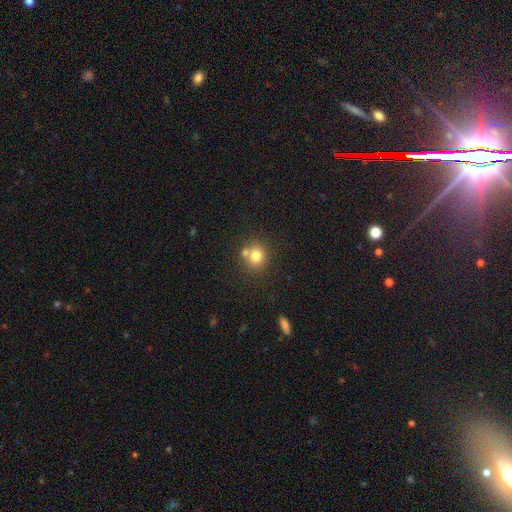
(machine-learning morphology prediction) Smooth or featured? Predicted: smooth (p=0.76). How rounded? Predicted: round (p=0.83). Merging? Predicted: none (p=0.60).